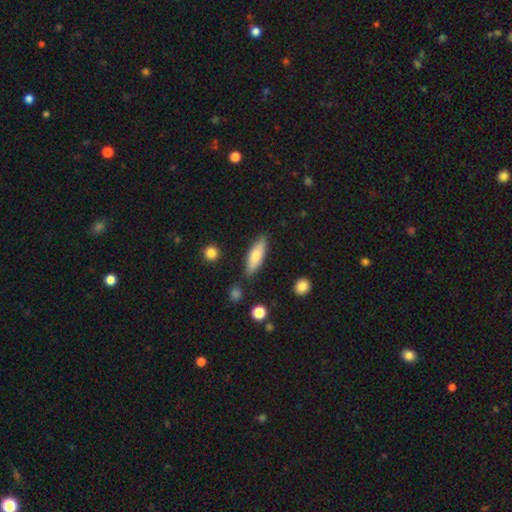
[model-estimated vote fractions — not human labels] smooth_or_featured: smooth (p=0.71) [alt: featured or disk p=0.23]
how_rounded: in between (p=0.53) [alt: cigar-shaped p=0.45]
merging: none (p=0.80) [alt: minor disturbance p=0.14]